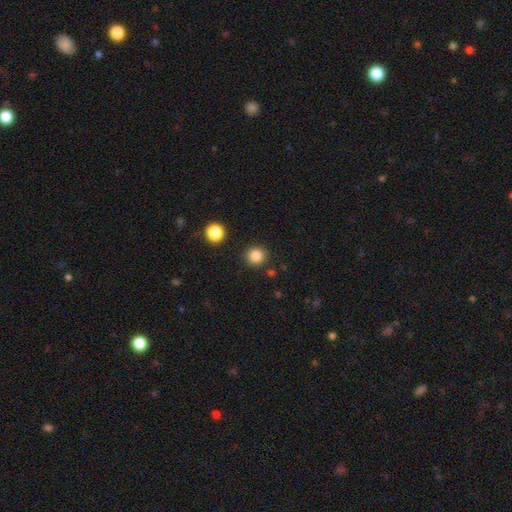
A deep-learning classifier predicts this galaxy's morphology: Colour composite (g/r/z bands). It shows a smooth galaxy with no disk features (84%) that is round (93%). Merging: none (89%).